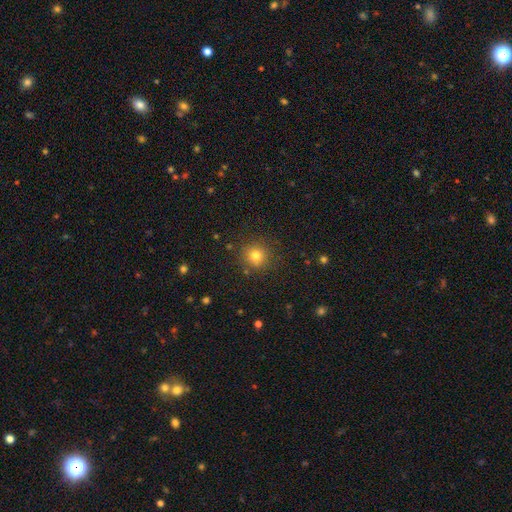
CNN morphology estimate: Smooth or featured: smooth — 80% (star or artifact — 14%)
How rounded: round — 92% (in between — 7%)
Merging: none — 87% (minor disturbance — 8%)